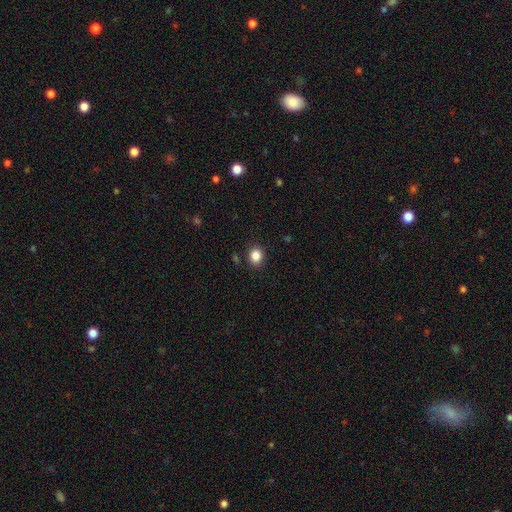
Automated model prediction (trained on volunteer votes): This appears to be a smooth galaxy with no disk features (86%) that is round (70%). Merging: none (89%).